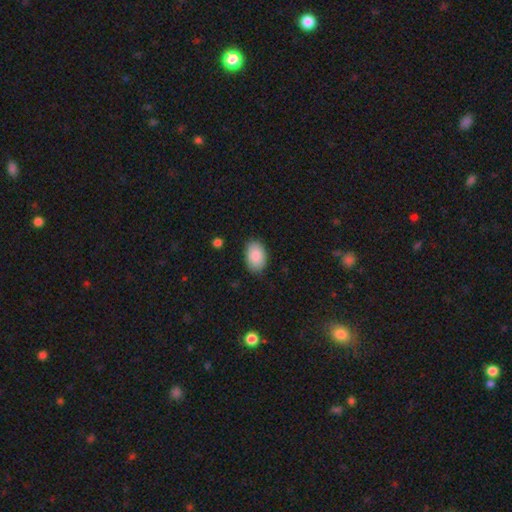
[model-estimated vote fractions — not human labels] Overall: smooth (88%). How rounded: in between (91%). Merging: none (84%).